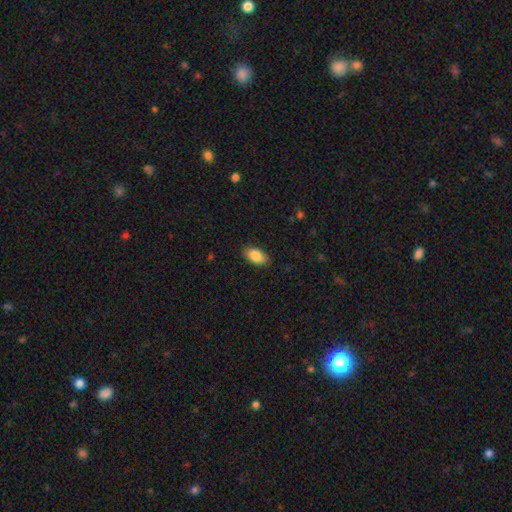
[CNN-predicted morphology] Smooth or featured? Predicted: smooth (p=0.87). How rounded? Predicted: in between (p=0.94). Merging? Predicted: none (p=0.87).